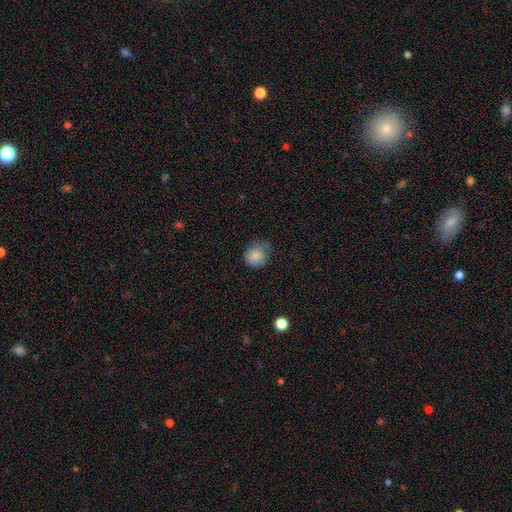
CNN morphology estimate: Overall: smooth (85%). How rounded: round (82%). Merging: none (61%; minor disturbance 30%).